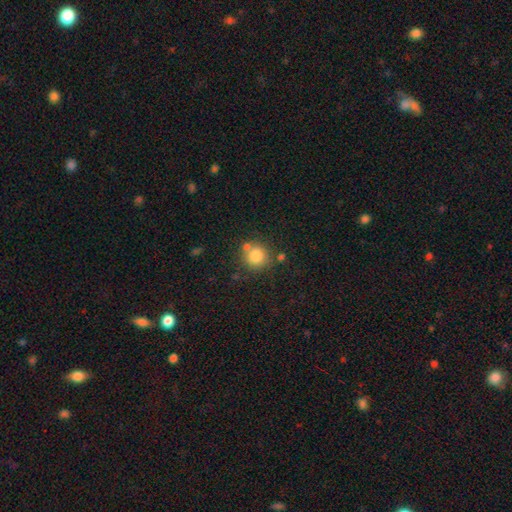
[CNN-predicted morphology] A smooth galaxy with no disk features (83%) that is round (90%). Merging: none (70%).